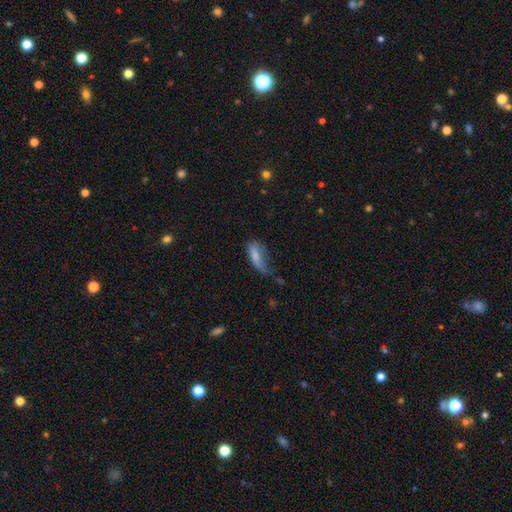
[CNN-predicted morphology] Smooth or featured? Predicted: smooth (p=0.74). How rounded? Predicted: in between (p=0.72). Merging? Predicted: major disturbance (p=0.38).